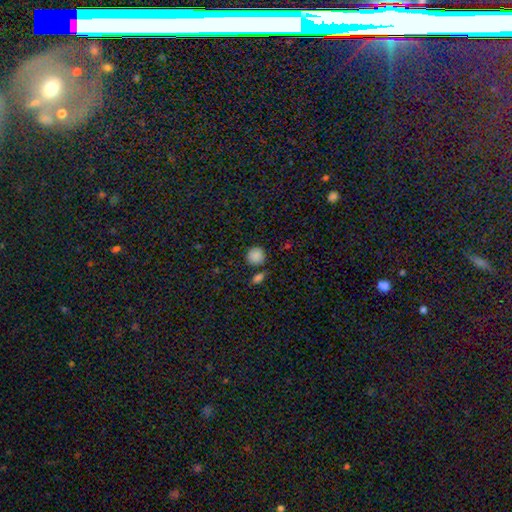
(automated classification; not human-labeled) This appears to be a smooth galaxy with no disk features (85%) that is round (89%). Merging: none (75%).